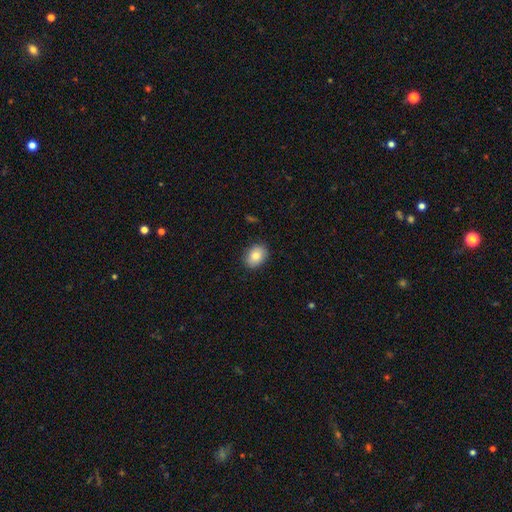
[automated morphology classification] Smooth or featured? smooth (85%)
How rounded? in between (70%)
Merging? none (87%)